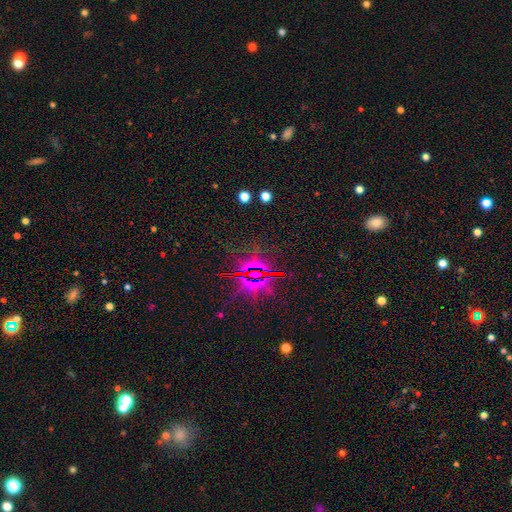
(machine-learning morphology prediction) type=star or artifact (81%).